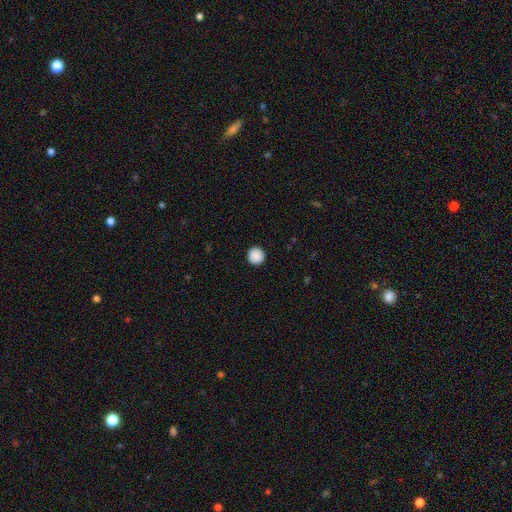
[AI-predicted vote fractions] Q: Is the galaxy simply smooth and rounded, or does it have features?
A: smooth — 90%.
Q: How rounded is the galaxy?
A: round — 95%.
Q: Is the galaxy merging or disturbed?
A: none — 93%.